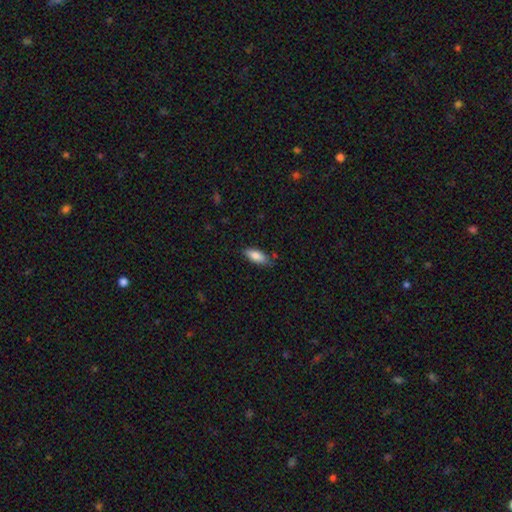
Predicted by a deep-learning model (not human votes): Smooth or featured? smooth (84%)
How rounded? in between (77%)
Merging? none (76%)